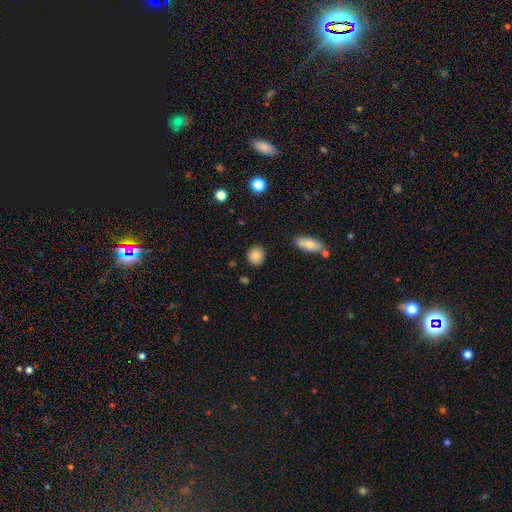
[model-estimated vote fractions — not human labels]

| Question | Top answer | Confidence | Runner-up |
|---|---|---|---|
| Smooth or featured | smooth | 85% | star or artifact (9%) |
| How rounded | round | 83% | in between (15%) |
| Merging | none | 88% | minor disturbance (8%) |